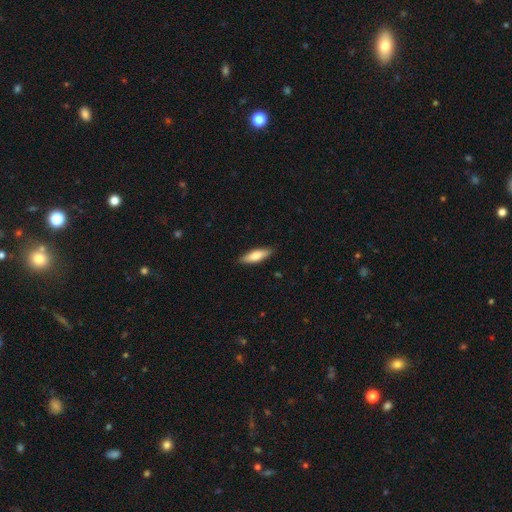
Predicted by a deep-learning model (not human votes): This is likely a smooth galaxy (74%). How rounded: possibly cigar-shaped (54%). Merging: clearly none (88%).